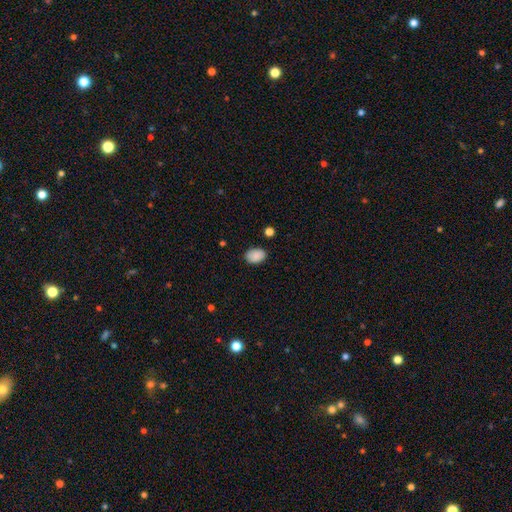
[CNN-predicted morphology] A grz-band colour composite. It shows a smooth galaxy with no disk features (89%) that is in between round and cigar-shaped (83%). Merging: none (84%).